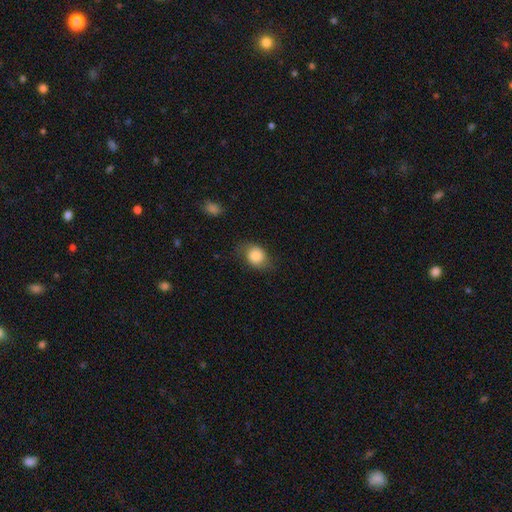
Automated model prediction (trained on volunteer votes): smooth_or_featured: smooth (p=0.80) [alt: featured or disk p=0.12]
how_rounded: round (p=0.53) [alt: in between p=0.46]
merging: none (p=0.65) [alt: minor disturbance p=0.24]